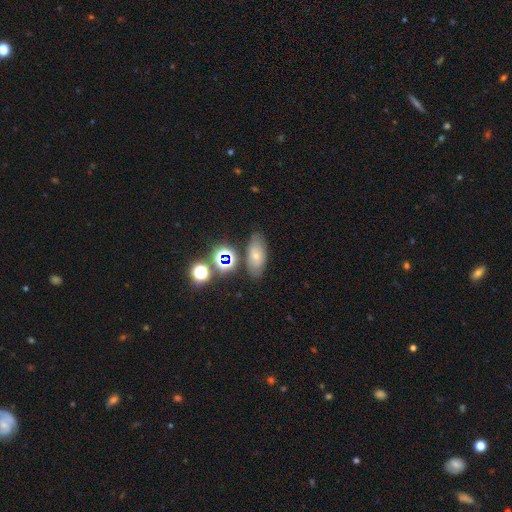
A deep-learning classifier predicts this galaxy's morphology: type=smooth (41%); merging=none (74%).